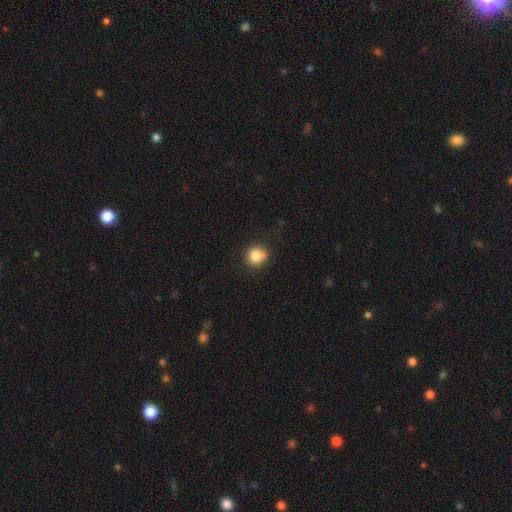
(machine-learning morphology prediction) smooth_or_featured: smooth (p=0.83) [alt: star or artifact p=0.11]
how_rounded: round (p=0.87) [alt: in between p=0.12]
merging: none (p=0.72) [alt: minor disturbance p=0.16]